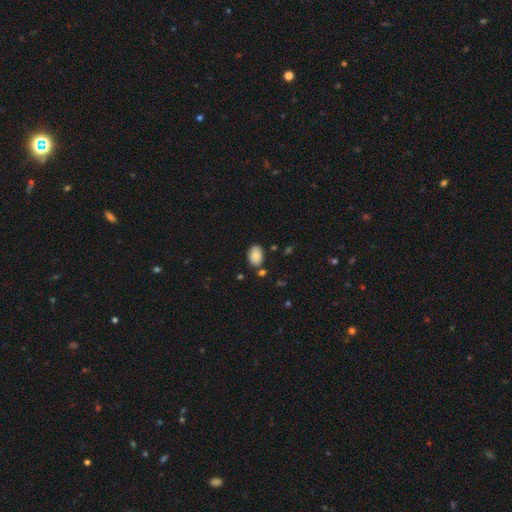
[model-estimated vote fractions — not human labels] Morphology: type=smooth (84%); roundness=in between (84%); merging=none (78%).